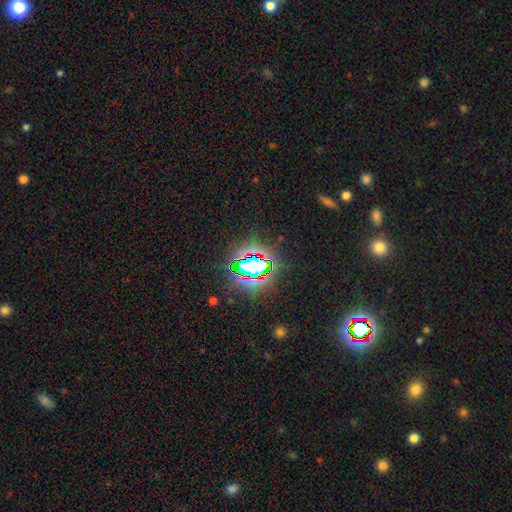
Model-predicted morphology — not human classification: The model was most divided on "smooth or featured": star or artifact: 81%, smooth: 12%, featured or disk: 7%.